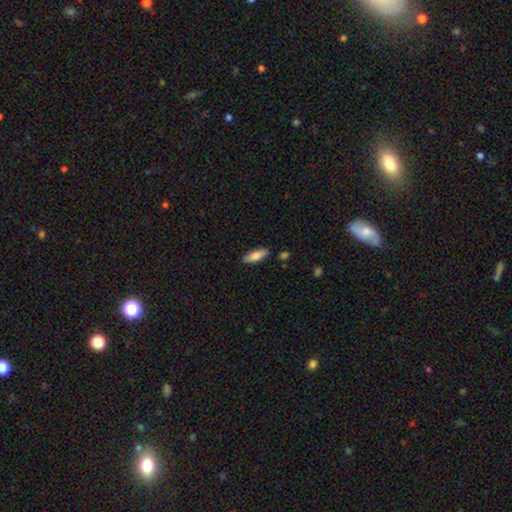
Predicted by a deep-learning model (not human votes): Smooth or featured? smooth (77%)
How rounded? in between (61%)
Merging? none (85%)